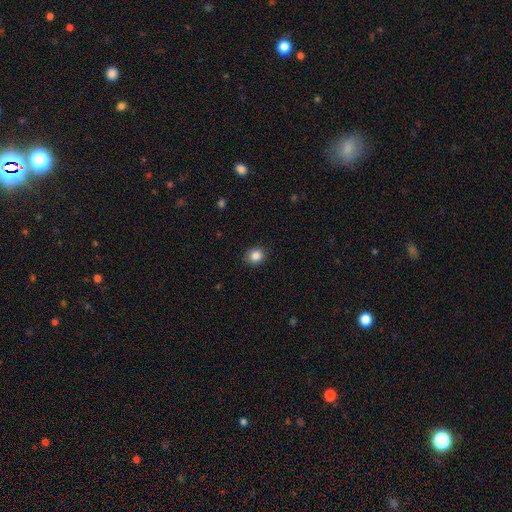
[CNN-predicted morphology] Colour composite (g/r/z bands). It shows a smooth galaxy with no disk features (86%) that is round (78%). Merging: none (89%).